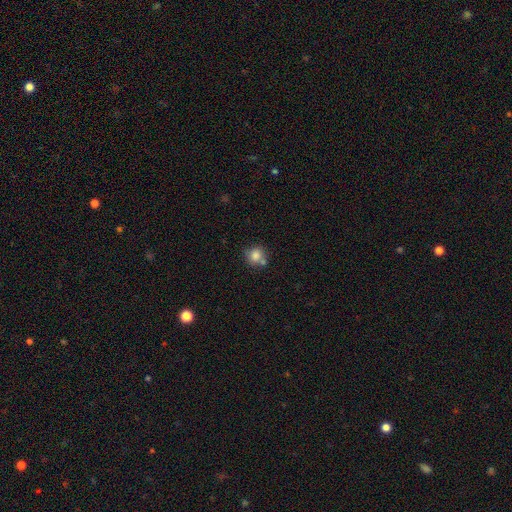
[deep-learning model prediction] Smooth or featured?
  - smooth: 82% *
  - star or artifact: 10%
  - featured or disk: 8%
How rounded?
  - round: 86% *
  - in between: 13%
  - cigar-shaped: 1%
Merging?
  - none: 63% *
  - merger: 19%
  - minor disturbance: 14%
  - major disturbance: 4%